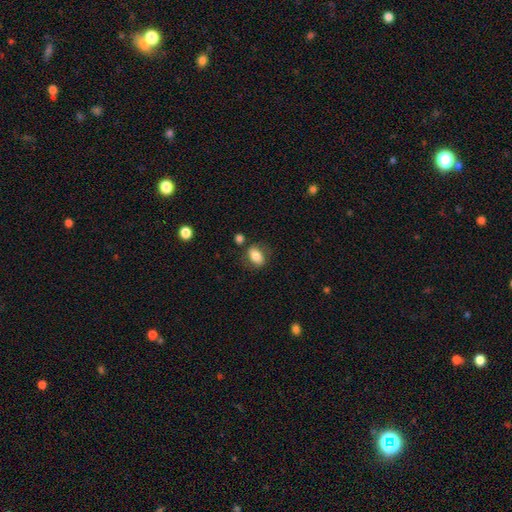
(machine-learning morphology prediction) Smooth or featured?
  - smooth: 80% *
  - featured or disk: 12%
  - star or artifact: 8%
How rounded?
  - in between: 84% *
  - round: 13%
  - cigar-shaped: 2%
Merging?
  - none: 71% *
  - minor disturbance: 17%
  - merger: 7%
  - major disturbance: 6%